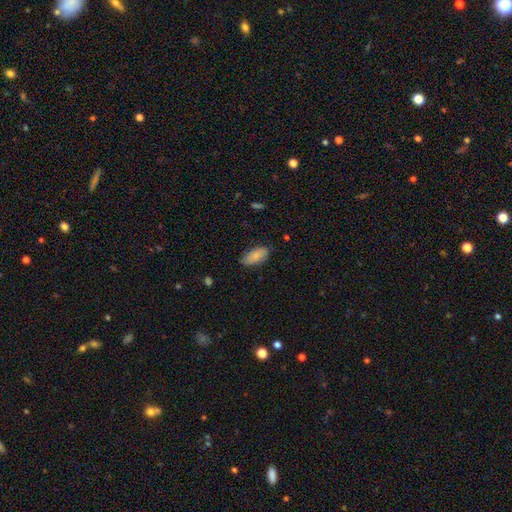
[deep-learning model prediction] Q: Smooth or featured?
A: smooth (83%); runner-up: featured or disk (10%)
Q: How rounded?
A: in between (90%); runner-up: cigar-shaped (8%)
Q: Merging?
A: none (80%); runner-up: minor disturbance (16%)